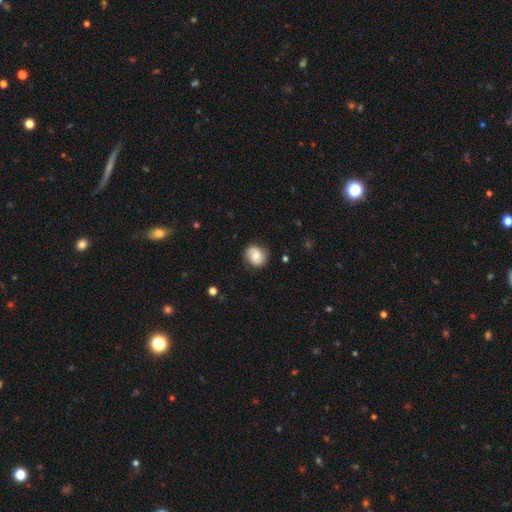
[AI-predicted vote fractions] Smooth or featured? Predicted: smooth (p=0.56). How rounded? Predicted: round (p=0.72). Merging? Predicted: none (p=0.80).